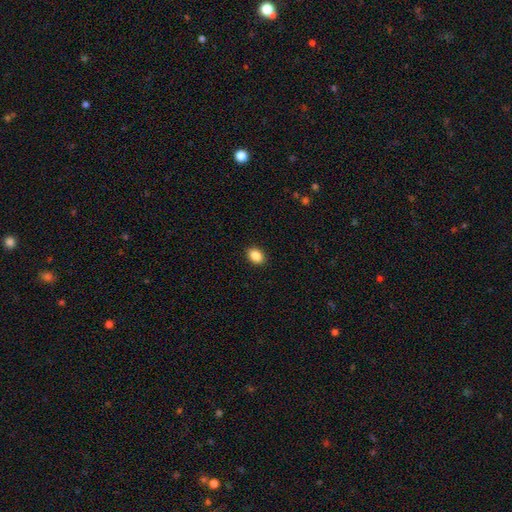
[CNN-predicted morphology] Q: Smooth or featured?
A: smooth (88%); runner-up: star or artifact (8%)
Q: How rounded?
A: in between (73%); runner-up: round (26%)
Q: Merging?
A: none (91%); runner-up: minor disturbance (6%)